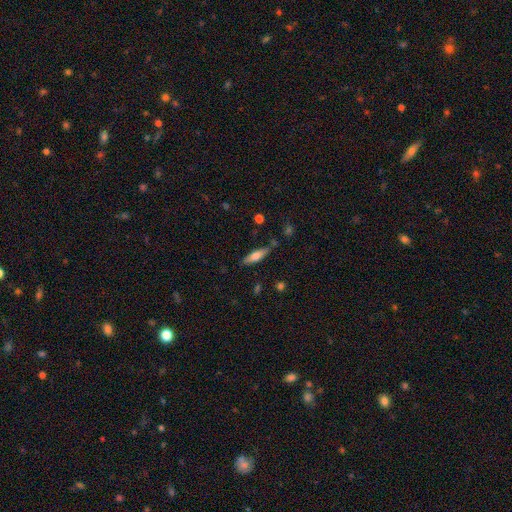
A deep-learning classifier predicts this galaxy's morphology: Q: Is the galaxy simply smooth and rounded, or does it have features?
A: smooth — 61%.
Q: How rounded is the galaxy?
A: cigar-shaped — 61%.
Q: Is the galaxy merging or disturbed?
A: none — 79%.